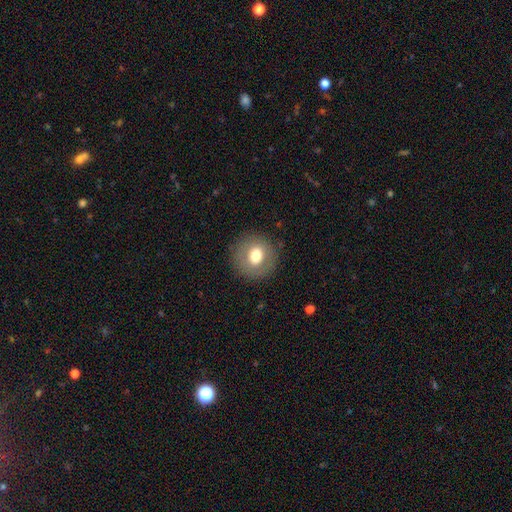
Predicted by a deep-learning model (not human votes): A smooth galaxy with no disk features (70%) that is round (91%).

Vote fractions:
- Smooth or featured? smooth: 70% / featured or disk: 21% / star or artifact: 9%
- How rounded? round: 91% / in between: 8% / cigar-shaped: 1%
- Merging? none: 88% / minor disturbance: 7% / major disturbance: 3% / merger: 1%